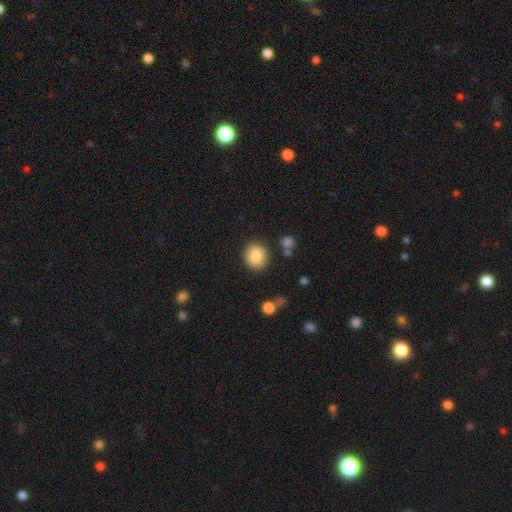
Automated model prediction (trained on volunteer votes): Overall: smooth (87%). How rounded: round (80%). Merging: none (86%).